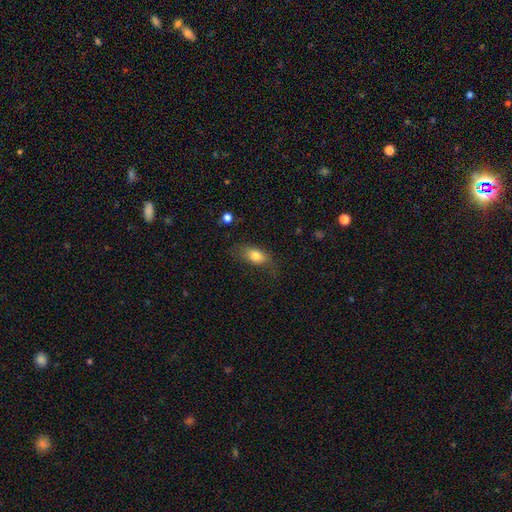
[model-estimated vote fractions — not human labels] Smooth or featured: smooth — 79% (featured or disk — 13%)
How rounded: in between — 85% (cigar-shaped — 8%)
Merging: none — 63% (minor disturbance — 24%)